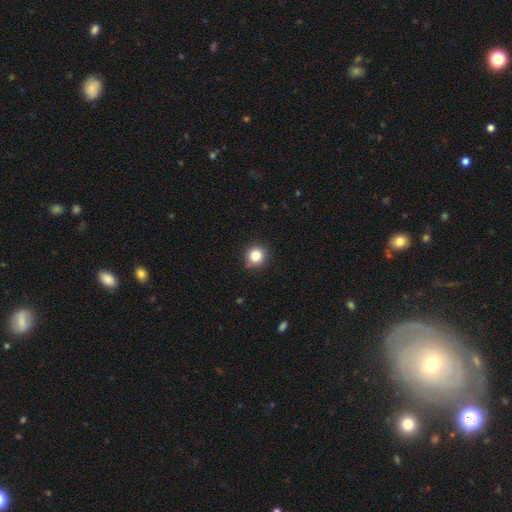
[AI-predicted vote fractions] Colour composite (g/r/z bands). It shows a smooth galaxy with no disk features (84%) that is round (90%). Merging: none (87%).